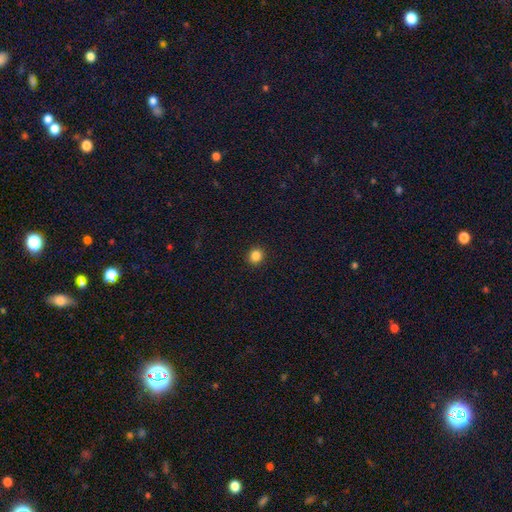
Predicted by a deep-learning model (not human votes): A smooth galaxy with no disk features (85%) that is round (85%). Merging: none (93%).